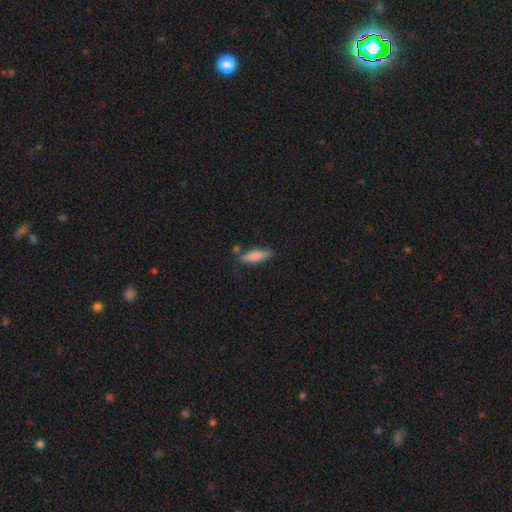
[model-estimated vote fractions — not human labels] Q: Smooth or featured?
A: smooth (80%); runner-up: featured or disk (14%)
Q: How rounded?
A: cigar-shaped (58%); runner-up: in between (40%)
Q: Merging?
A: none (72%); runner-up: minor disturbance (16%)